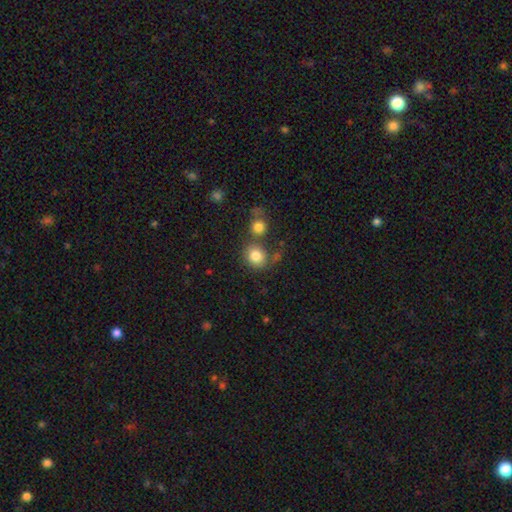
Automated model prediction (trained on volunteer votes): smooth 81%, star or artifact 11%, featured or disk 8%. Down the decision tree: how rounded — round (79%); merging — none (57%).